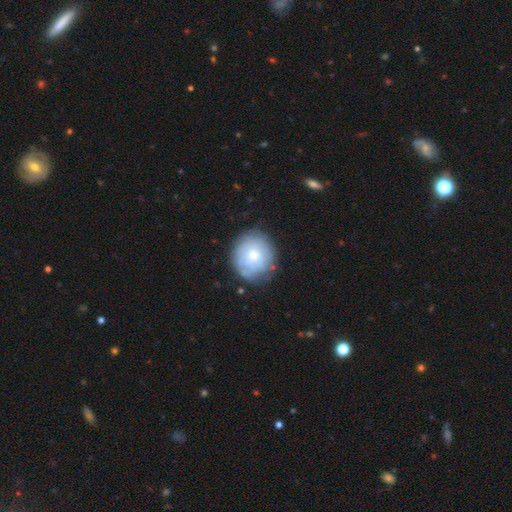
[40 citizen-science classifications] Q: Smooth or featured?
A: smooth (75%); runner-up: featured or disk (15%)
Q: How rounded?
A: round (93%); runner-up: in between (7%)
Q: Merging?
A: none (83%); runner-up: minor disturbance (14%)